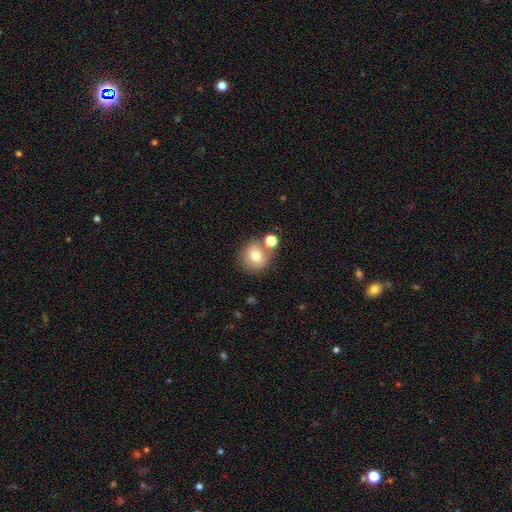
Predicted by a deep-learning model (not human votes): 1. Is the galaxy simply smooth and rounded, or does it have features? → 75% smooth, 13% featured or disk, 11% star or artifact.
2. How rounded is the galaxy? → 85% round, 14% in between, 1% cigar-shaped.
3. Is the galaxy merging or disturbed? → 66% none, 20% merger, 11% minor disturbance, 4% major disturbance.